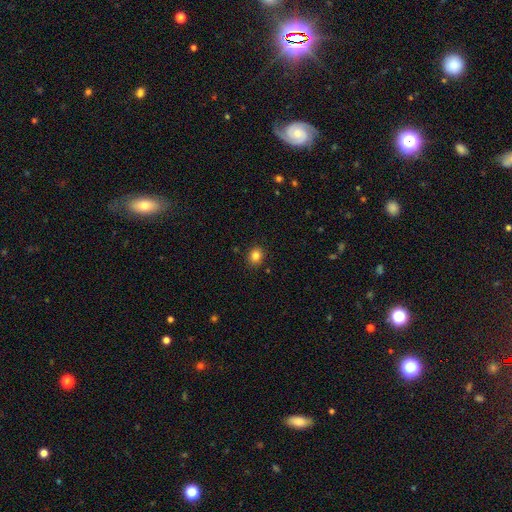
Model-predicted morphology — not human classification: A smooth galaxy with no disk features (83%) that is round (64%).

Vote fractions:
- Smooth or featured? smooth: 83% / star or artifact: 11% / featured or disk: 6%
- How rounded? round: 64% / in between: 35% / cigar-shaped: 1%
- Merging? none: 89% / minor disturbance: 8% / major disturbance: 2% / merger: 1%